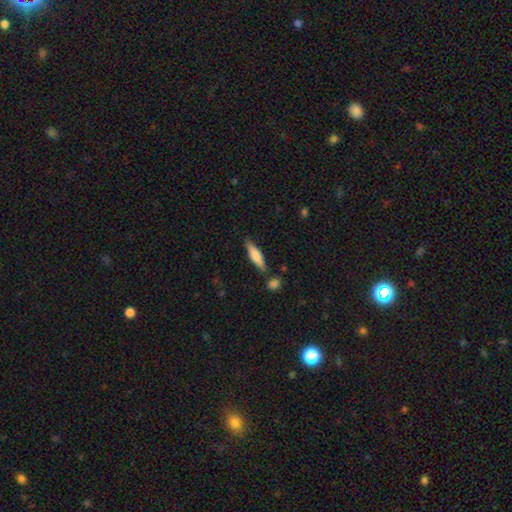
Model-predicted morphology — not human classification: The model was most divided on "smooth or featured": smooth: 67%, featured or disk: 27%, star or artifact: 6%. More confident: merging — none (78%); how rounded — cigar-shaped (73%).